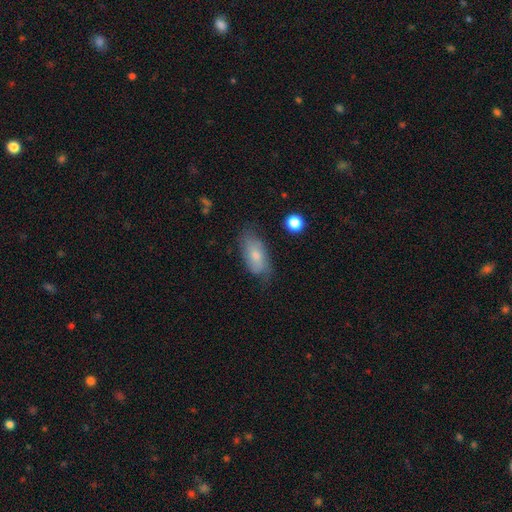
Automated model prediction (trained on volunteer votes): Smooth or featured: smooth — 63% (featured or disk — 30%)
How rounded: in between — 89% (cigar-shaped — 8%)
Merging: none — 64% (minor disturbance — 27%)